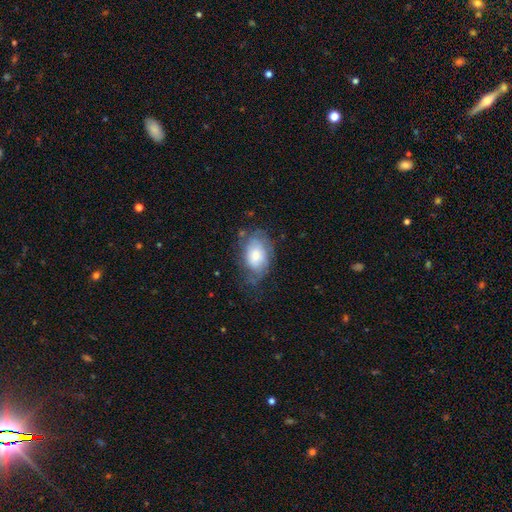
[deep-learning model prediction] Smooth or featured? Predicted: smooth (p=0.58). How rounded? Predicted: in between (p=0.88). Merging? Predicted: none (p=0.50).